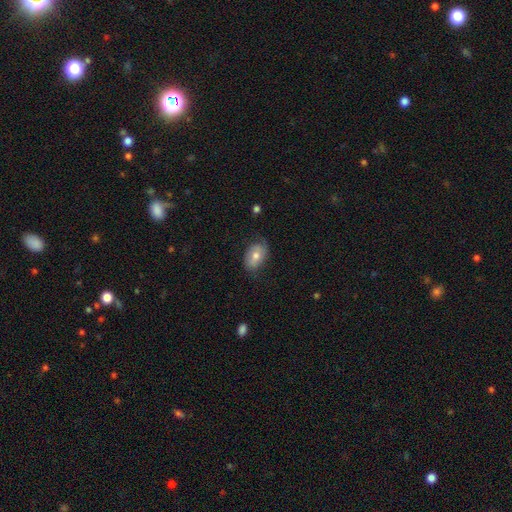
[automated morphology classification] smooth-or-featured: smooth: 65% | featured or disk: 27% | star or artifact: 7%
  how-rounded: in between: 88% | round: 11% | cigar-shaped: 2%
  merging: none: 65% | minor disturbance: 25% | major disturbance: 8% | merger: 1%